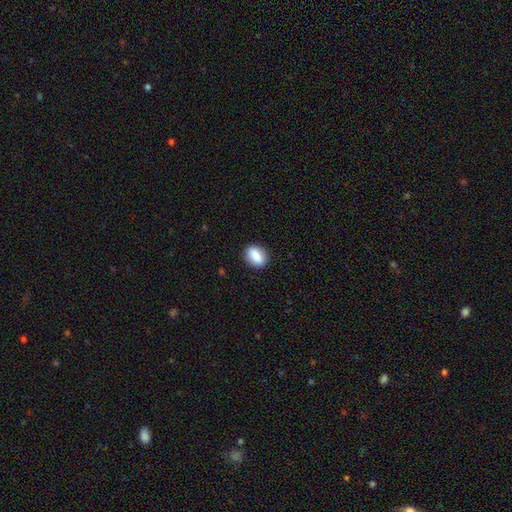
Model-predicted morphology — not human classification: Smooth or featured: smooth — 84% (featured or disk — 9%)
How rounded: in between — 72% (round — 24%)
Merging: none — 88% (minor disturbance — 9%)